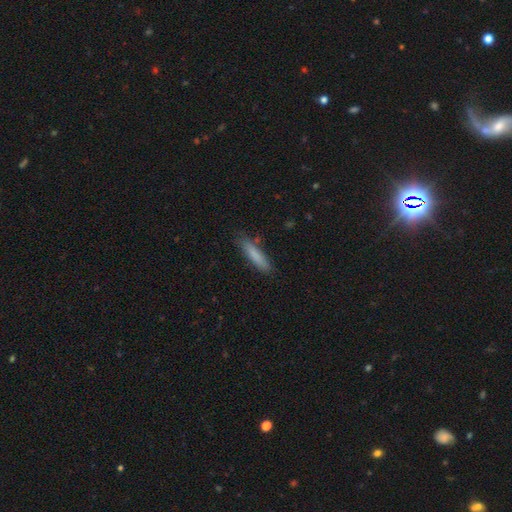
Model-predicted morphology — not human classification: smooth 83%, featured or disk 11%, star or artifact 6%. Down the decision tree: how rounded — cigar-shaped (84%); merging — none (80%).